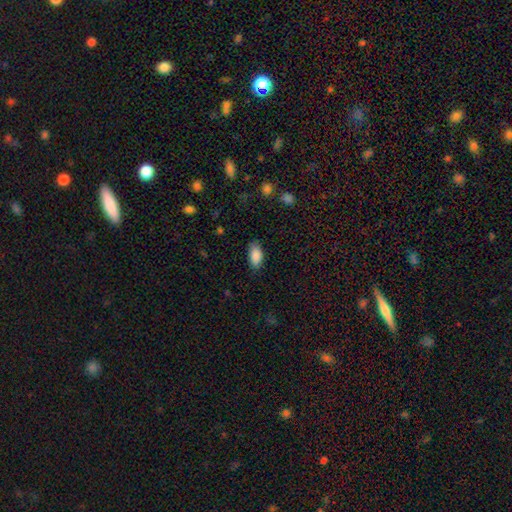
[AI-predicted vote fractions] Smooth or featured? Predicted: smooth (p=0.88). How rounded? Predicted: in between (p=0.91). Merging? Predicted: none (p=0.82).